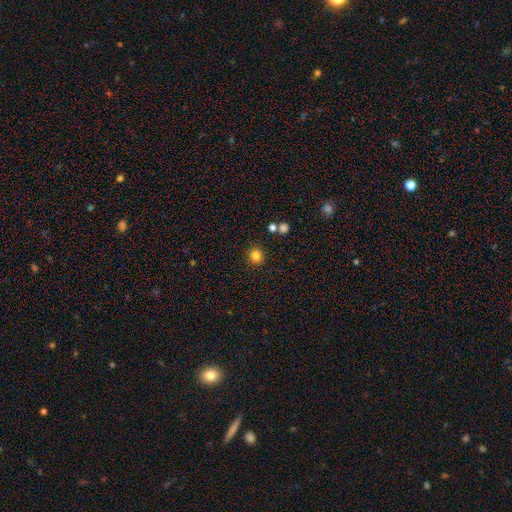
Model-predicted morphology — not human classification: Smooth or featured? Predicted: smooth (p=0.82). How rounded? Predicted: round (p=0.91). Merging? Predicted: none (p=0.89).